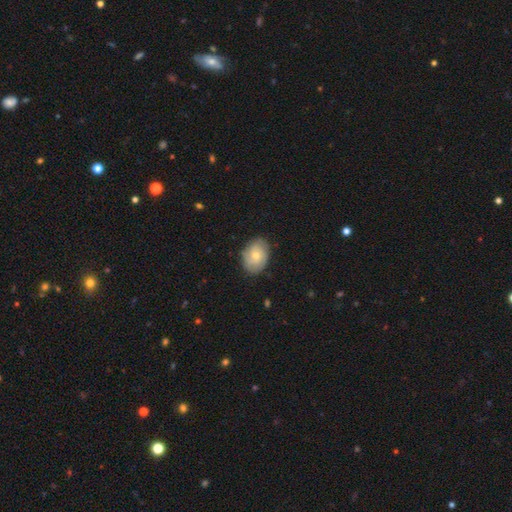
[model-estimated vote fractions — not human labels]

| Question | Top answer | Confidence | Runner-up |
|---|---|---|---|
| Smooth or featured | smooth | 55% | featured or disk (38%) |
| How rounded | in between | 68% | round (31%) |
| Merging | none | 79% | minor disturbance (16%) |